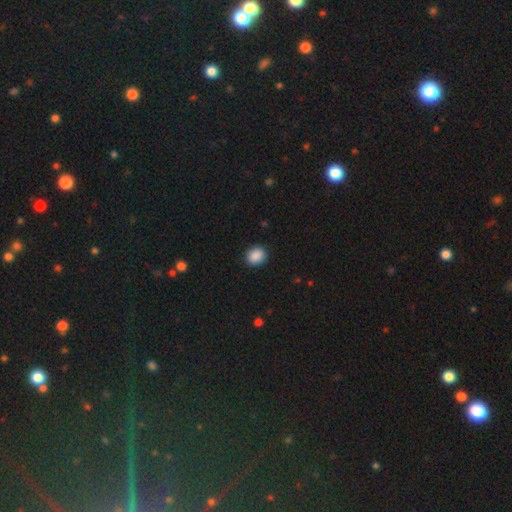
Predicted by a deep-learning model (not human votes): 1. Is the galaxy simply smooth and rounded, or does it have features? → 89% smooth, 8% star or artifact, 3% featured or disk.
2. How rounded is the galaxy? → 63% round, 36% in between, 1% cigar-shaped.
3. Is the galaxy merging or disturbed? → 90% none, 7% minor disturbance, 2% major disturbance, 1% merger.